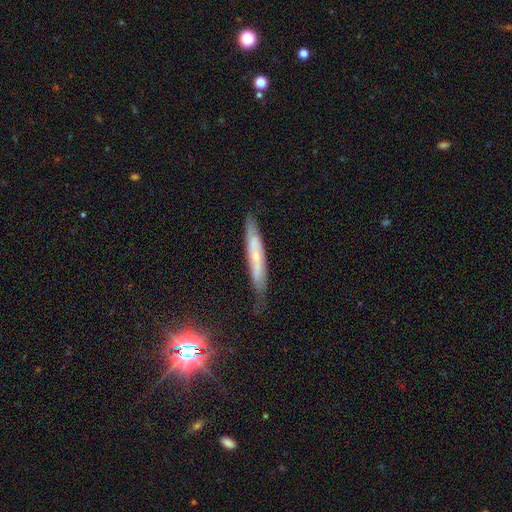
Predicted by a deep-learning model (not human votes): featured or disk 52%, smooth 39%, star or artifact 9%. Down the decision tree: edge-on disk — yes (70%); merging — none (72%).